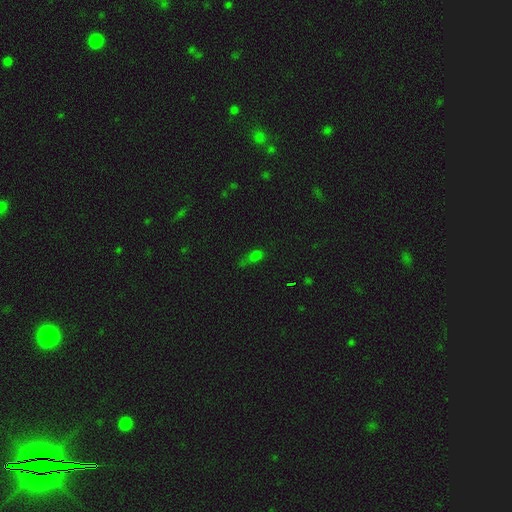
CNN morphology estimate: Smooth or featured?
  - smooth: 59% *
  - star or artifact: 31%
  - featured or disk: 10%
How rounded?
  - in between: 65% *
  - cigar-shaped: 18%
  - round: 16%
Merging?
  - none: 43% *
  - minor disturbance: 28%
  - major disturbance: 22%
  - merger: 7%